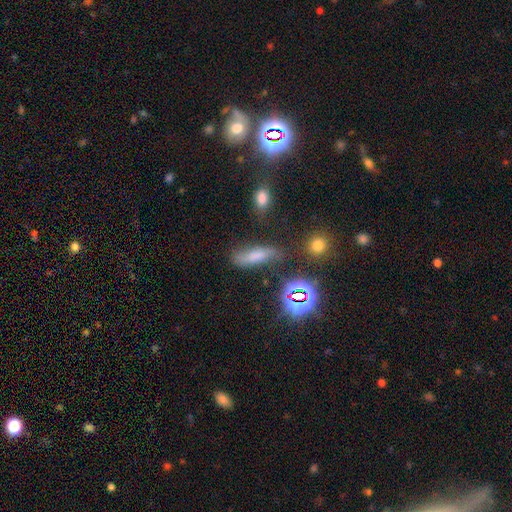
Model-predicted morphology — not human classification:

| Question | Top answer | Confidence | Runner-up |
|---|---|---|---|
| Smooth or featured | smooth | 65% | star or artifact (18%) |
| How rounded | in between | 53% | cigar-shaped (41%) |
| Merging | none | 61% | minor disturbance (22%) |